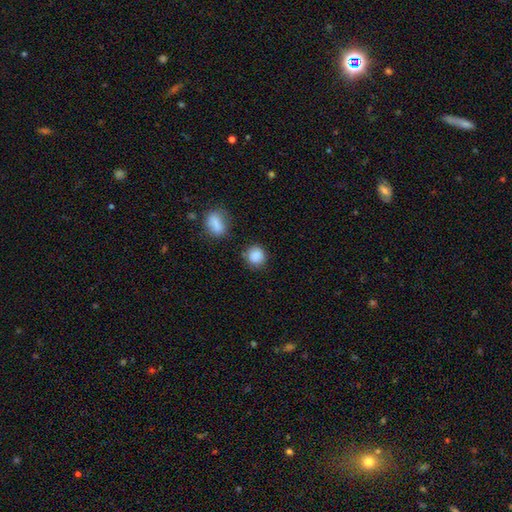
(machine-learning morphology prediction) Q: Smooth or featured?
A: smooth (87%); runner-up: star or artifact (9%)
Q: How rounded?
A: round (85%); runner-up: in between (14%)
Q: Merging?
A: none (77%); runner-up: minor disturbance (13%)